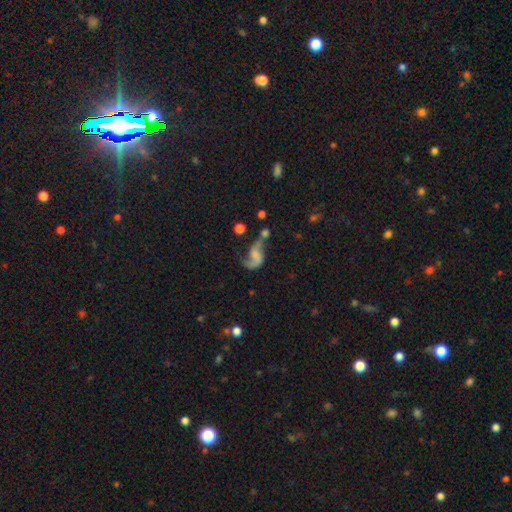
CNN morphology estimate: featured or disk 71%, smooth 19%, star or artifact 10%. Down the decision tree: edge-on disk — no (97%); bar — no (56%); spiral arms — yes (87%); spiral arm count — 2 (72%); spiral winding — loose (73%); bulge size — none (50%); merging — none (31%).